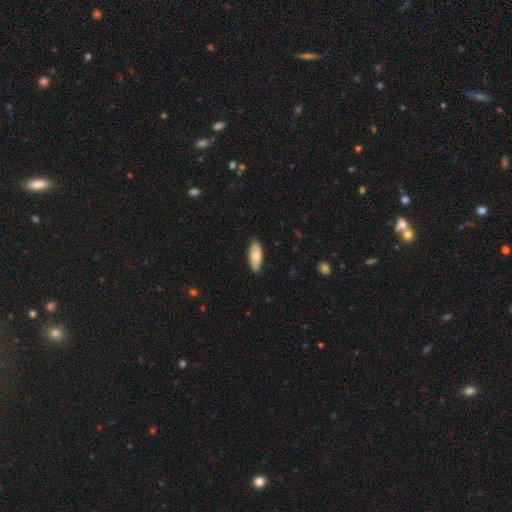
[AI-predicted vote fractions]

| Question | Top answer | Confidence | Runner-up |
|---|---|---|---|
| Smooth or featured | smooth | 74% | featured or disk (21%) |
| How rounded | in between | 79% | cigar-shaped (19%) |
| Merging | none | 78% | minor disturbance (18%) |